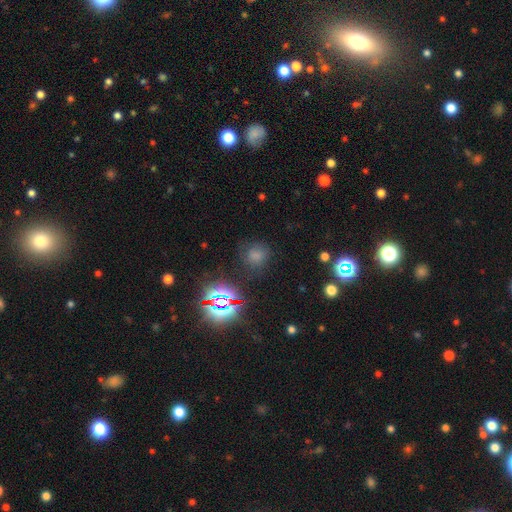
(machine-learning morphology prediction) The model was most divided on "smooth or featured": smooth: 62%, star or artifact: 30%, featured or disk: 8%. More confident: how rounded — round (78%); merging — none (76%).